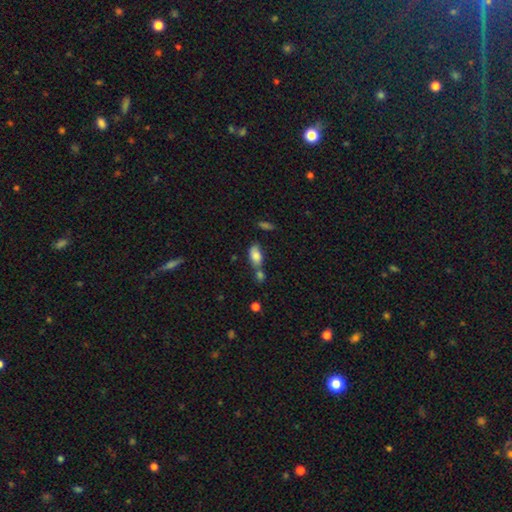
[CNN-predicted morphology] Overall: smooth (81%). How rounded: in between (87%). Merging: none (41%; merger 37%).